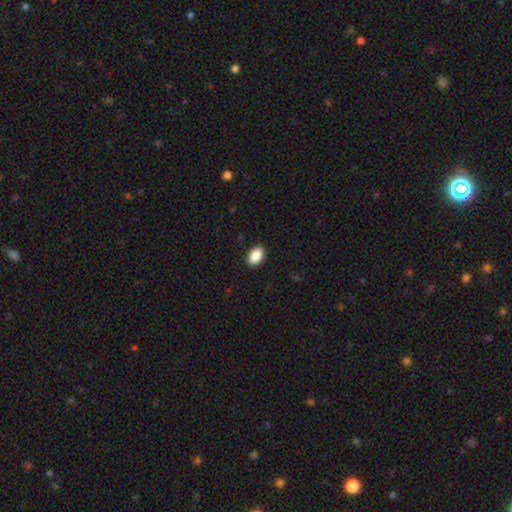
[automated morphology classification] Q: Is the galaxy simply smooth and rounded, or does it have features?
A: smooth — 89%.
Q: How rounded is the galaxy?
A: in between — 90%.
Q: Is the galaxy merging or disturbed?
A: none — 90%.